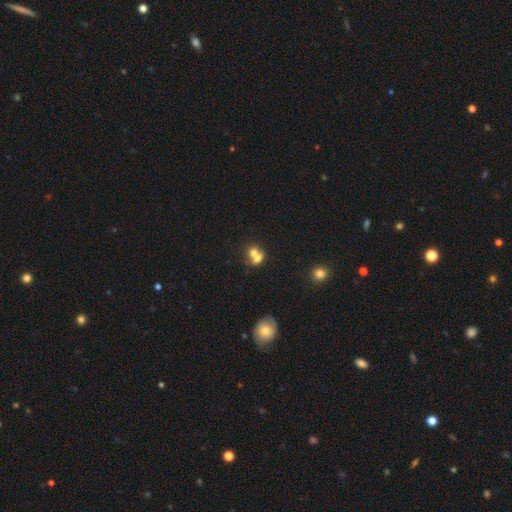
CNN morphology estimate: A smooth galaxy with no disk features (67%) that is round (62%).

Vote fractions:
- Smooth or featured? smooth: 67% / featured or disk: 21% / star or artifact: 12%
- How rounded? round: 62% / in between: 36% / cigar-shaped: 1%
- Merging? merger: 66% / none: 25% / minor disturbance: 6% / major disturbance: 4%